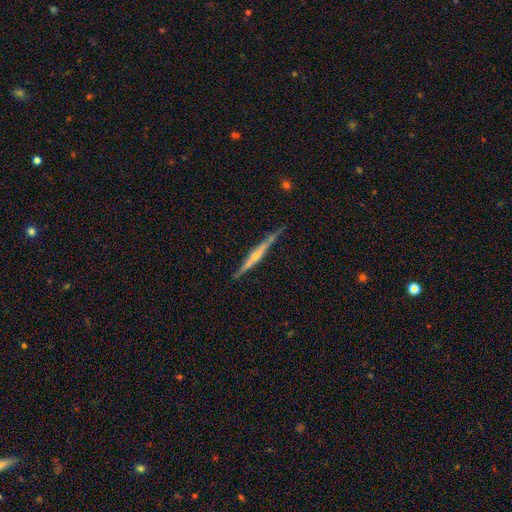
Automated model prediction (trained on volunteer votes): Smooth or featured? Predicted: featured or disk (p=0.72). Edge-on disk? Predicted: yes (p=0.98). Edge-on bulge? Predicted: rounded (p=0.60). Merging? Predicted: none (p=0.84).